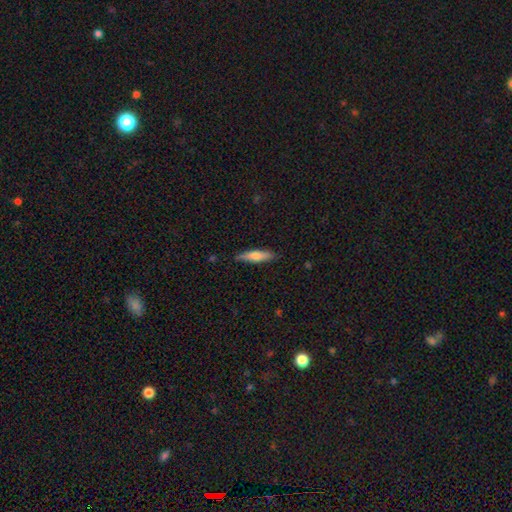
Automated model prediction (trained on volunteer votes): A smooth galaxy with no disk features (63%) that is cigar-shaped (81%).

Vote fractions:
- Smooth or featured? smooth: 63% / featured or disk: 31% / star or artifact: 6%
- How rounded? cigar-shaped: 81% / in between: 18% / round: 2%
- Merging? none: 86% / minor disturbance: 11% / major disturbance: 2% / merger: 1%